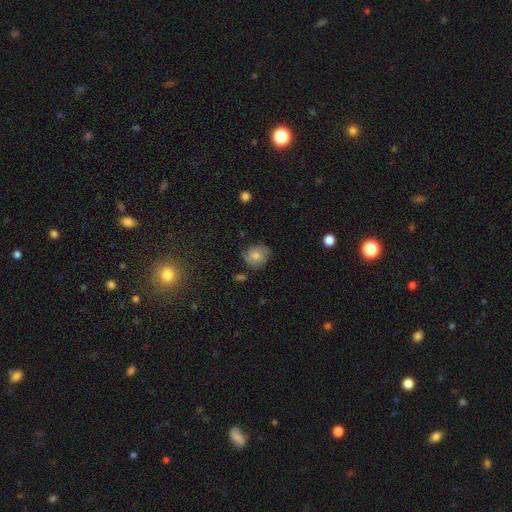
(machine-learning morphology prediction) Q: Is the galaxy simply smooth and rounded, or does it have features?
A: smooth — 66%.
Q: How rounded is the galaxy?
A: round — 66%.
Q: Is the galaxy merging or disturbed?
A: none — 68%.